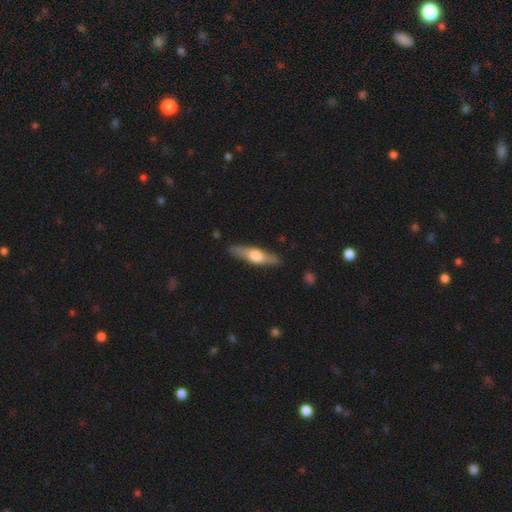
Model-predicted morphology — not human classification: The model was most divided on "smooth or featured": featured or disk: 52%, smooth: 43%, star or artifact: 5%. More confident: edge-on disk — yes (91%); merging — none (86%).